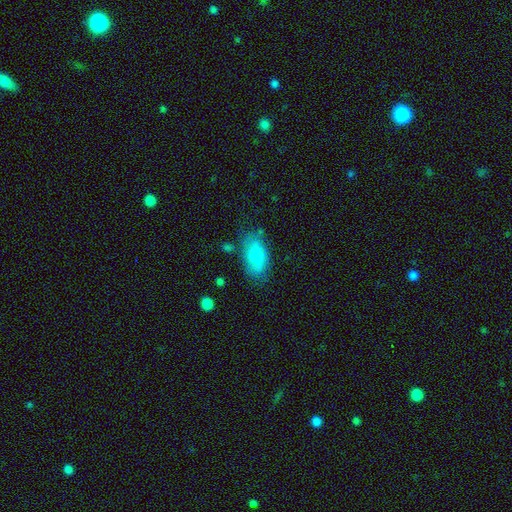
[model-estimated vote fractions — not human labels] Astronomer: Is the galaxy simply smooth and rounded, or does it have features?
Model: smooth — 80%.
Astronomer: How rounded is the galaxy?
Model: in between — 92%.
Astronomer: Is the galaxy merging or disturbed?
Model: none — 64%.